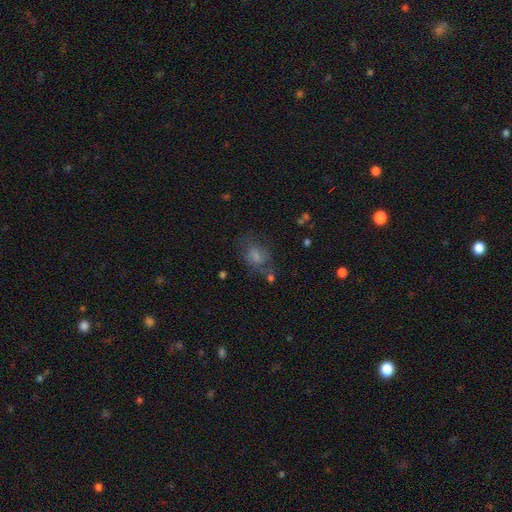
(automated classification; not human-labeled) Smooth or featured?
  - smooth: 49% *
  - featured or disk: 26%
  - star or artifact: 25%
Merging?
  - none: 59% *
  - minor disturbance: 21%
  - major disturbance: 14%
  - merger: 6%